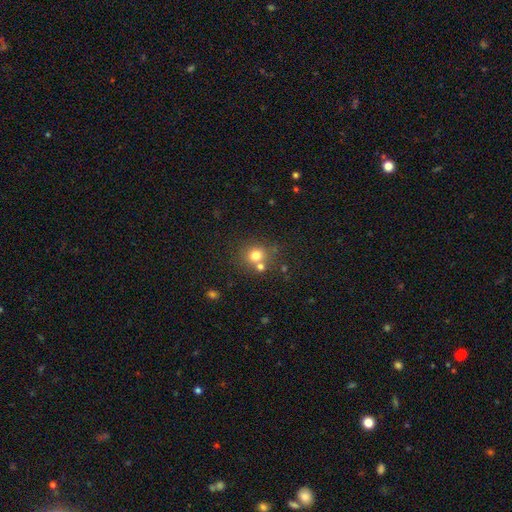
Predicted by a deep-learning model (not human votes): smooth_or_featured: smooth (p=0.75) [alt: star or artifact p=0.15]
how_rounded: round (p=0.85) [alt: in between p=0.14]
merging: none (p=0.61) [alt: merger p=0.27]